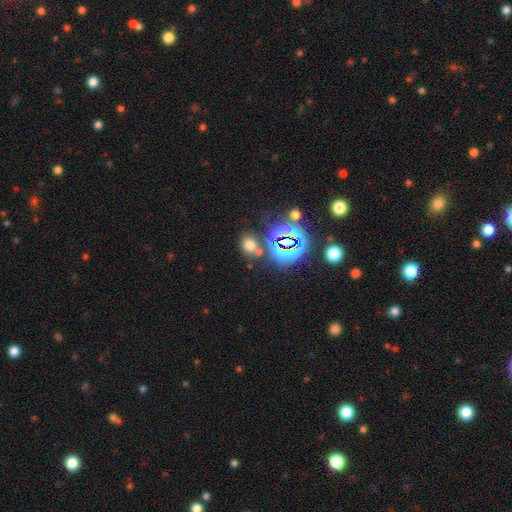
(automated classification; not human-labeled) Smooth or featured: star or artifact — 76% (smooth — 15%)